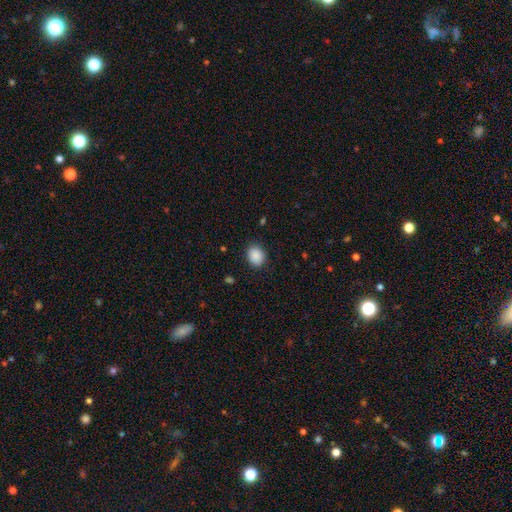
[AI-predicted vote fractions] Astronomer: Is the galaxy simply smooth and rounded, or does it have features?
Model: smooth — 89%.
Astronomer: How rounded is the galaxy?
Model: in between — 52% (runner-up: round, 47%).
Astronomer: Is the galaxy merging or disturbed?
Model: none — 87%.